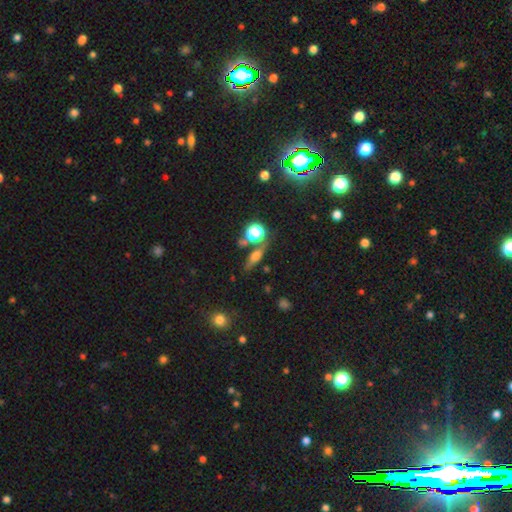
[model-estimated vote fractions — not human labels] Smooth or featured: smooth — 45% (featured or disk — 35%)
Merging: none — 73% (minor disturbance — 12%)